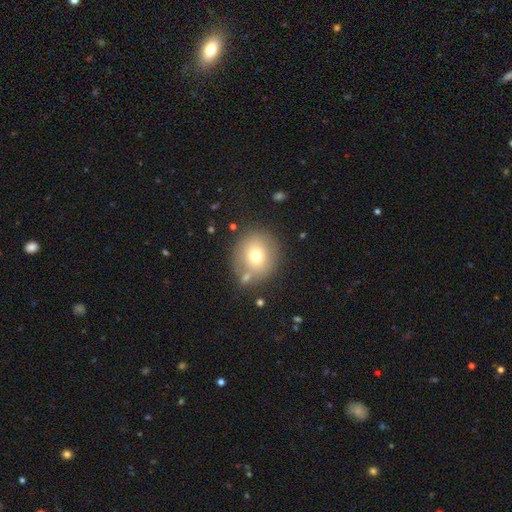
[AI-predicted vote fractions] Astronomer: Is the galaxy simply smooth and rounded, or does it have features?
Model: smooth — 71%.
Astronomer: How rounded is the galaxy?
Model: round — 87%.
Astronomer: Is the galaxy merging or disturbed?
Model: none — 76%.